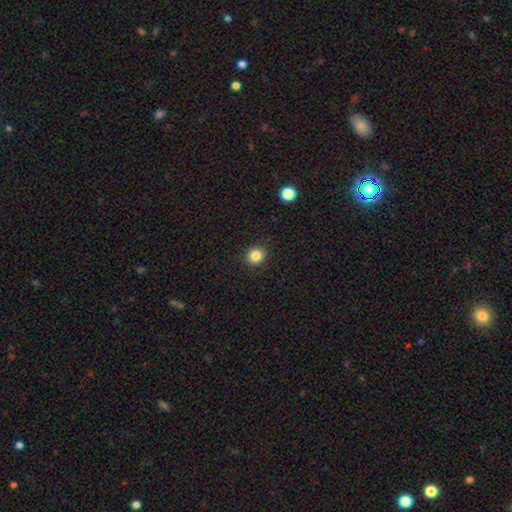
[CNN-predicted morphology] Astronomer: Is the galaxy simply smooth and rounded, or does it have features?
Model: smooth — 84%.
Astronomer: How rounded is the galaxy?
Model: round — 80%.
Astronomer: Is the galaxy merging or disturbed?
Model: none — 90%.